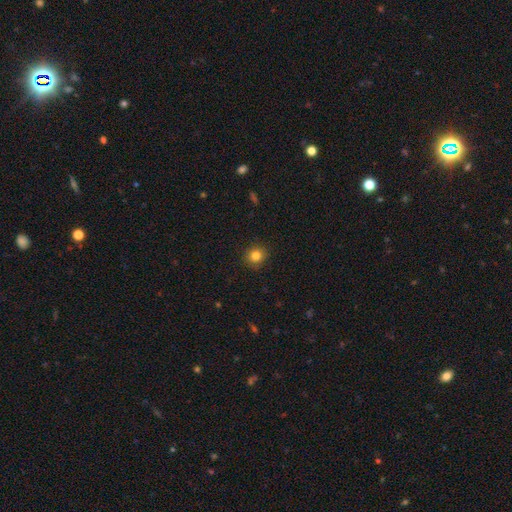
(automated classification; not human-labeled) Smooth or featured? Predicted: smooth (p=0.81). How rounded? Predicted: round (p=0.91). Merging? Predicted: none (p=0.91).